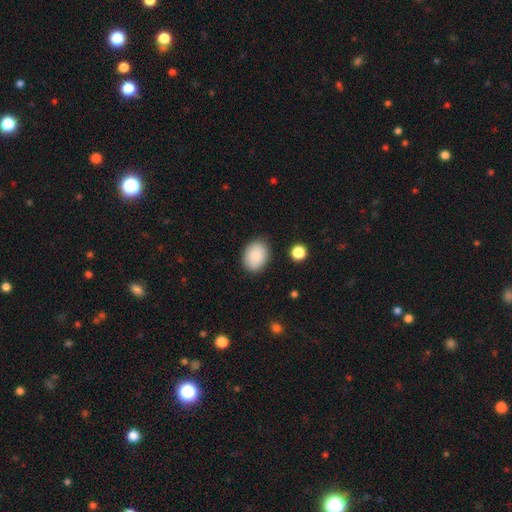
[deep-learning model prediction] Q: Smooth or featured?
A: smooth (88%); runner-up: star or artifact (7%)
Q: How rounded?
A: in between (74%); runner-up: round (25%)
Q: Merging?
A: none (86%); runner-up: minor disturbance (10%)